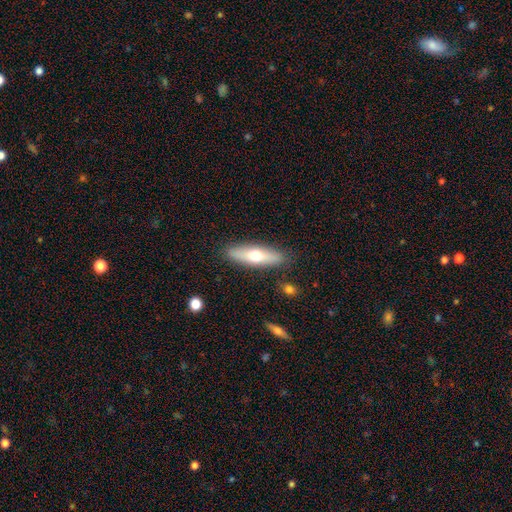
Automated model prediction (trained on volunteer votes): Smooth or featured: smooth — 56% (featured or disk — 38%)
How rounded: cigar-shaped — 59% (in between — 39%)
Merging: none — 87% (minor disturbance — 9%)